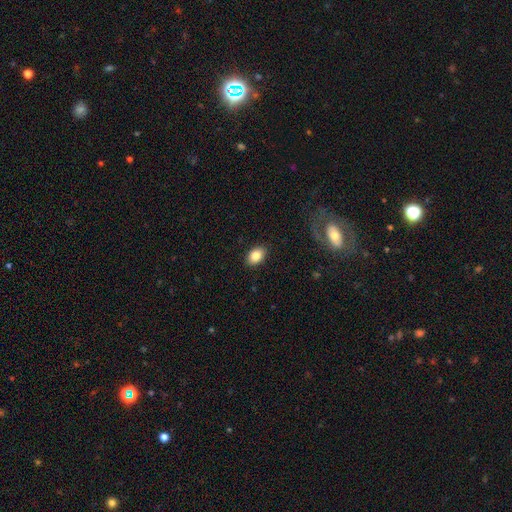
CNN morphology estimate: Overall: smooth (84%). How rounded: in between (85%). Merging: none (88%).